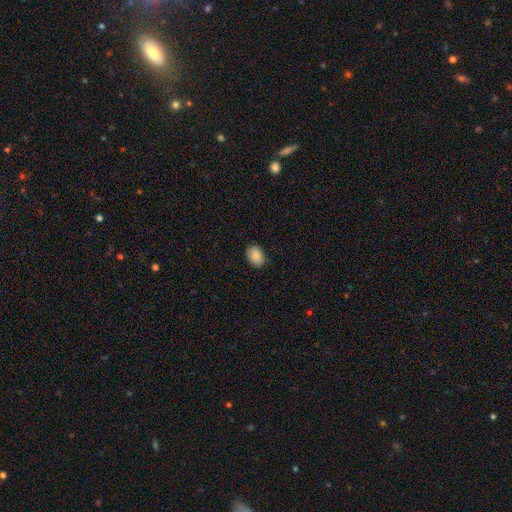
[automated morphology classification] smooth-or-featured: smooth: 89% | star or artifact: 7% | featured or disk: 4%
  how-rounded: in between: 76% | round: 23% | cigar-shaped: 1%
  merging: none: 85% | minor disturbance: 12% | major disturbance: 2% | merger: 1%